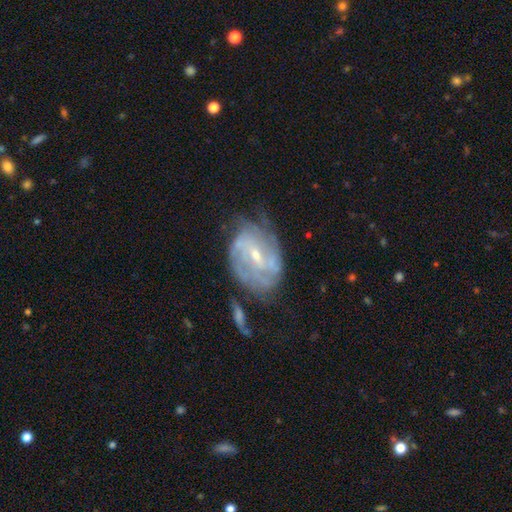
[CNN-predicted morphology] type=featured or disk (83%); edge-on=no (96%); bar=weak (53%); spiral arms=yes (90%); winding=tight (53%); arm count=can't tell (40%); bulge=small (63%); merging=none (58%).